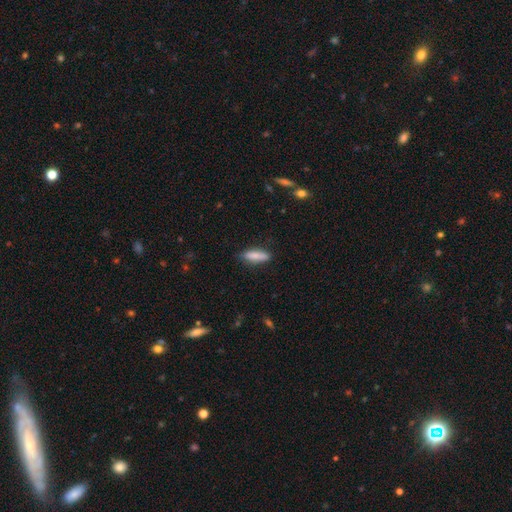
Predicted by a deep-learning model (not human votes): Smooth or featured: smooth — 82% (featured or disk — 11%)
How rounded: cigar-shaped — 59% (in between — 39%)
Merging: none — 82% (minor disturbance — 14%)